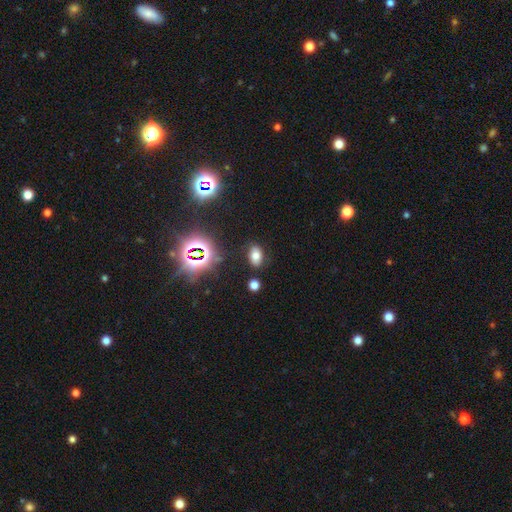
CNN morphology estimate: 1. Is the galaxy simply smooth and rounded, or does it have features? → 64% smooth, 24% star or artifact, 12% featured or disk.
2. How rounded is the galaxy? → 86% in between, 13% round, 2% cigar-shaped.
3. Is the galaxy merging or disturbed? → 85% none, 10% minor disturbance, 3% major disturbance, 2% merger.